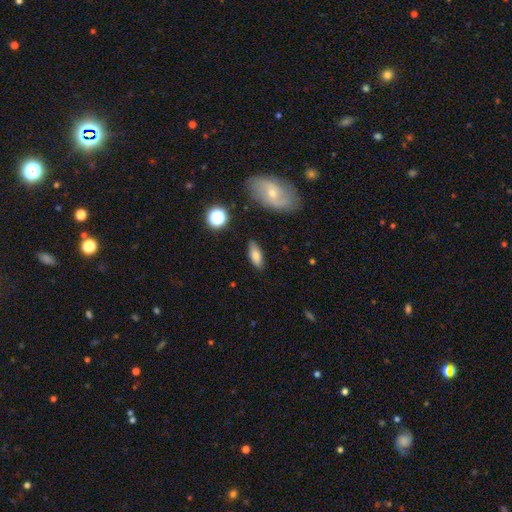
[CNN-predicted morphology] Smooth or featured? Predicted: smooth (p=0.76). How rounded? Predicted: in between (p=0.77). Merging? Predicted: none (p=0.84).